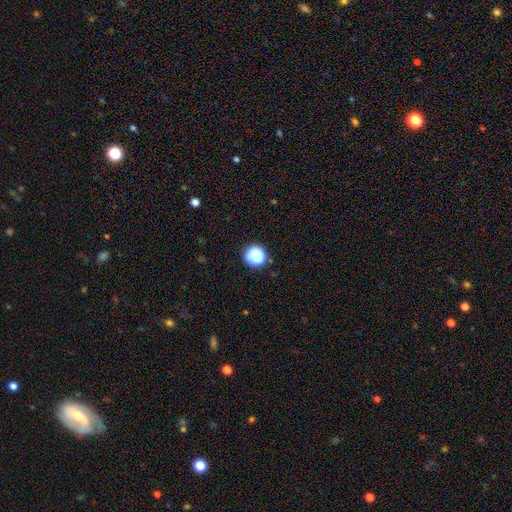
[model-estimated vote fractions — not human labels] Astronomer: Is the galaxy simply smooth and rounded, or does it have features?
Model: smooth — 86%.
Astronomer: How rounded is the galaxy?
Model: round — 94%.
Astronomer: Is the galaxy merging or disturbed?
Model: none — 86%.